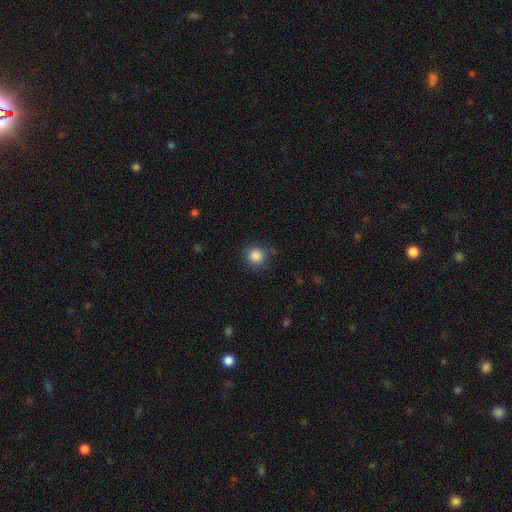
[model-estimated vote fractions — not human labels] smooth 86%, star or artifact 10%, featured or disk 4%. Down the decision tree: how rounded — round (91%); merging — none (84%).